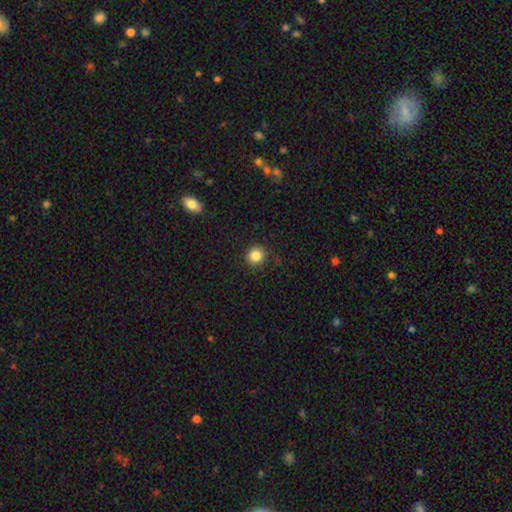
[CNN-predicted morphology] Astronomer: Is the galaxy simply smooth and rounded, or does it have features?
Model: smooth — 85%.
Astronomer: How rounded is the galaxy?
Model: round — 91%.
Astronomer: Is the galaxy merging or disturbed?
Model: none — 90%.